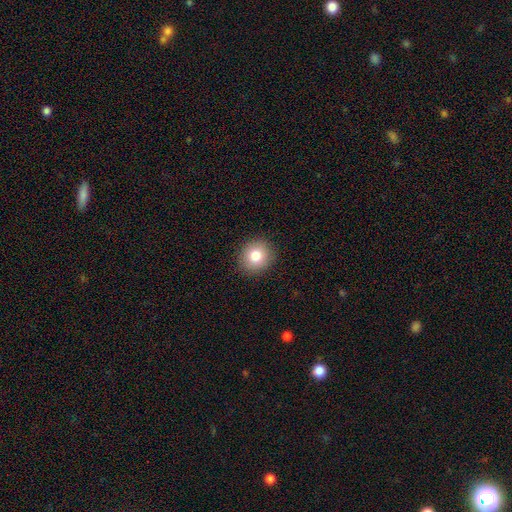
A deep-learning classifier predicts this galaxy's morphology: Smooth or featured? smooth (81%)
How rounded? round (84%)
Merging? none (91%)